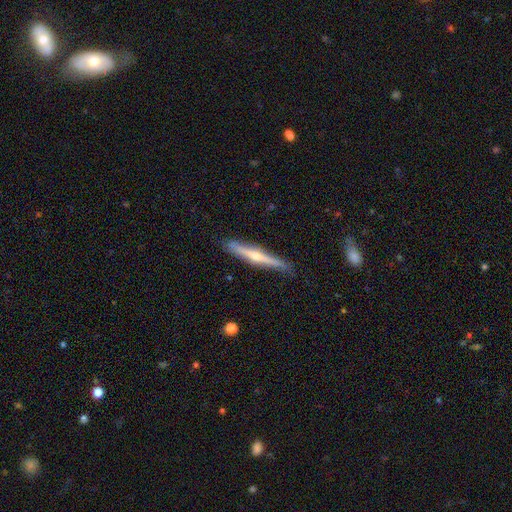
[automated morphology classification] This is likely a featured or disk galaxy (64%). It is clearly viewed edge-on (96%). Edge-on bulge: likely rounded (78%). Merging: clearly none (86%).